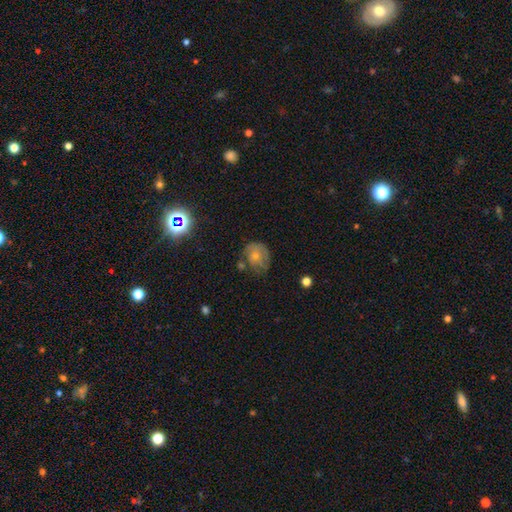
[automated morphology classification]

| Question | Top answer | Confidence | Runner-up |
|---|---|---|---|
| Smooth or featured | smooth | 57% | featured or disk (33%) |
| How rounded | round | 71% | in between (28%) |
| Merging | none | 47% | minor disturbance (30%) |